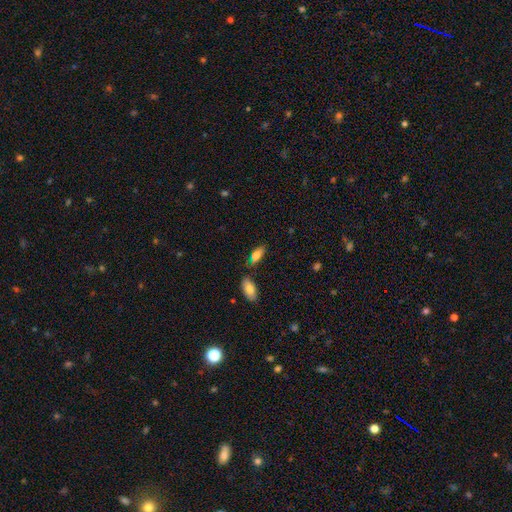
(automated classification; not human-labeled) This is likely a smooth galaxy (76%). How rounded: likely in between (75%). Merging: likely none (70%).